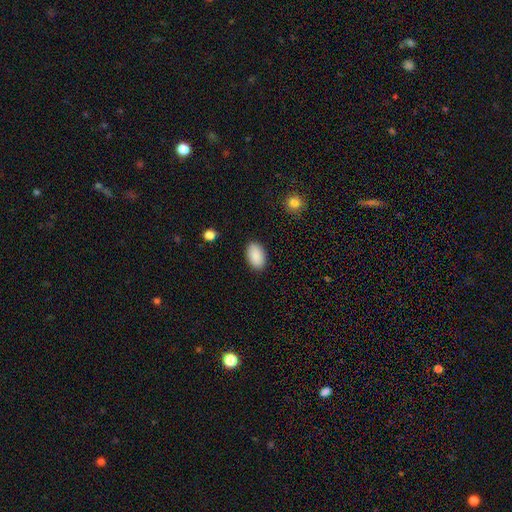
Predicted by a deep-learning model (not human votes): This is clearly a smooth galaxy (91%). How rounded: clearly in between (93%). Merging: clearly none (88%).